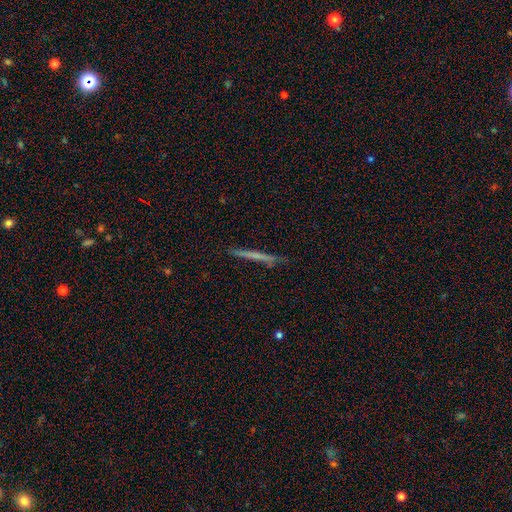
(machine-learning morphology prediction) This appears to be a smooth galaxy with no disk features (53%) that is cigar-shaped (96%). Merging: none (86%).